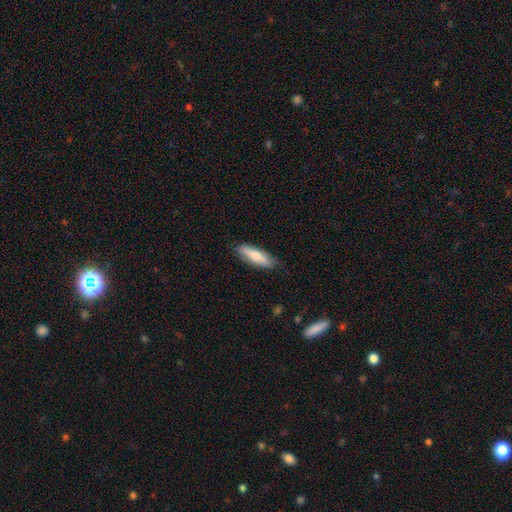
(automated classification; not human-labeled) smooth 70%, featured or disk 24%, star or artifact 6%. Down the decision tree: how rounded — cigar-shaped (58%); merging — none (84%).